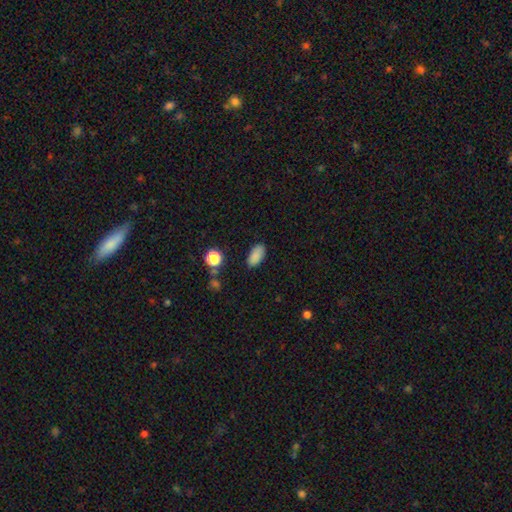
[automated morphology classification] type=smooth (86%); roundness=in between (90%); merging=none (85%).